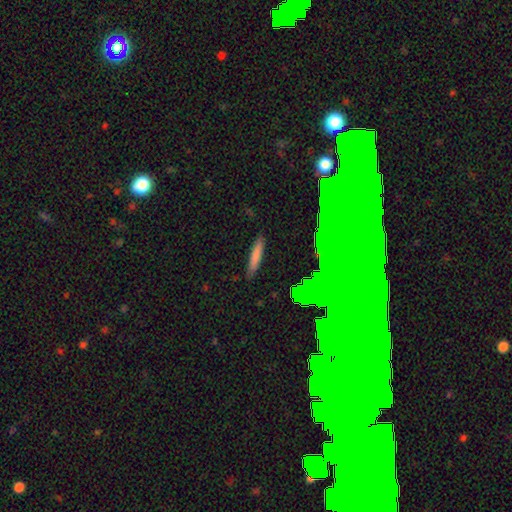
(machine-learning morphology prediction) A smooth galaxy with no disk features (73%) that is cigar-shaped (88%).

Vote fractions:
- Smooth or featured? smooth: 73% / featured or disk: 19% / star or artifact: 8%
- How rounded? cigar-shaped: 88% / in between: 11% / round: 1%
- Merging? none: 85% / minor disturbance: 11% / major disturbance: 2% / merger: 2%